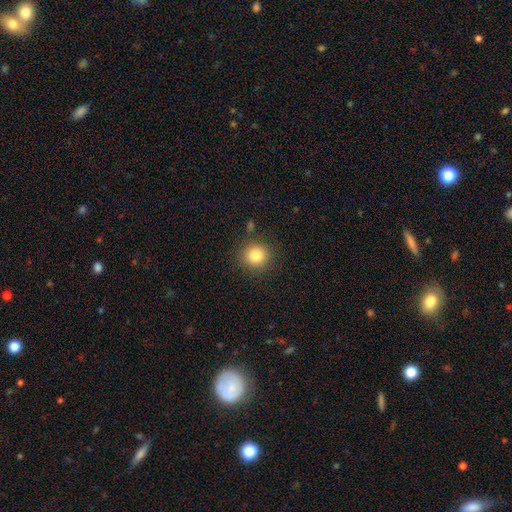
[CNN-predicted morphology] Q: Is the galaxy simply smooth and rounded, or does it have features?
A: smooth — 82%.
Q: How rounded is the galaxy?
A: round — 92%.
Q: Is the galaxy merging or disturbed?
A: none — 88%.